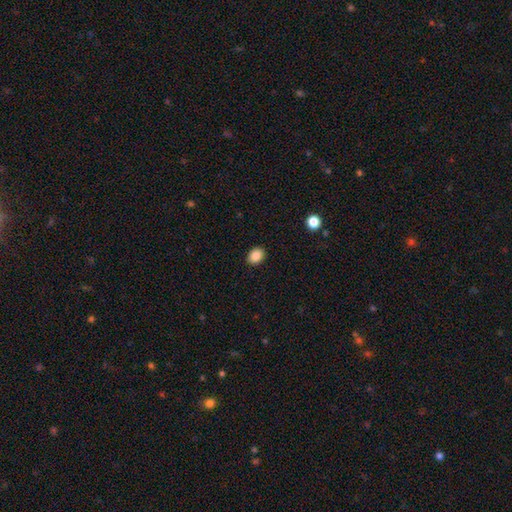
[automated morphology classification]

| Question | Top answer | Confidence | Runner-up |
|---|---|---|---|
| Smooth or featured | smooth | 87% | star or artifact (9%) |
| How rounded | in between | 68% | round (32%) |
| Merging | none | 90% | minor disturbance (7%) |